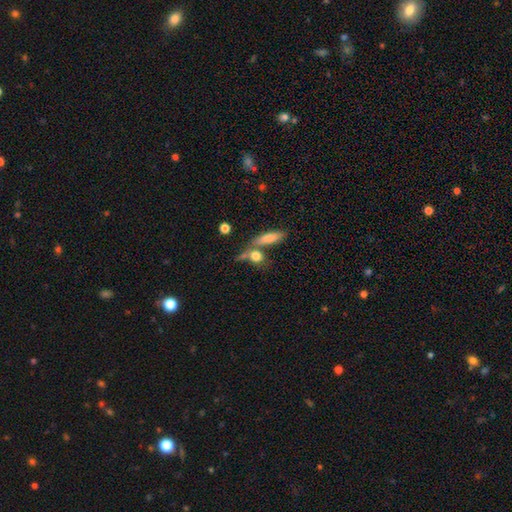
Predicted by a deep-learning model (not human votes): Morphology: type=smooth (74%); roundness=round (49%); merging=none (50%).